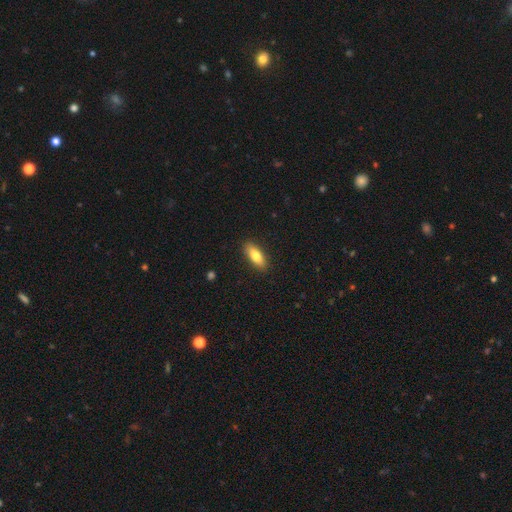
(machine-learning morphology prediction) Overall: smooth (78%). How rounded: in between (72%). Merging: none (89%).